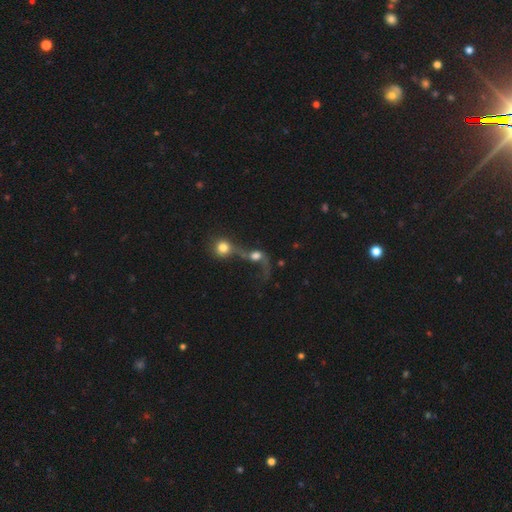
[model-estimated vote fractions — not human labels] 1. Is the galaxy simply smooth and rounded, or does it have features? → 46% smooth, 41% featured or disk, 13% star or artifact.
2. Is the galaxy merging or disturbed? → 66% merger, 17% major disturbance, 11% none, 6% minor disturbance.